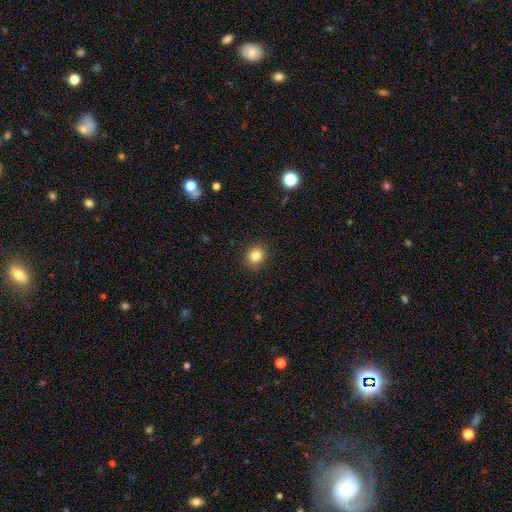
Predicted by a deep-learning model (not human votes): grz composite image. It shows a smooth galaxy with no disk features (83%) that is round (78%). Merging: none (88%).